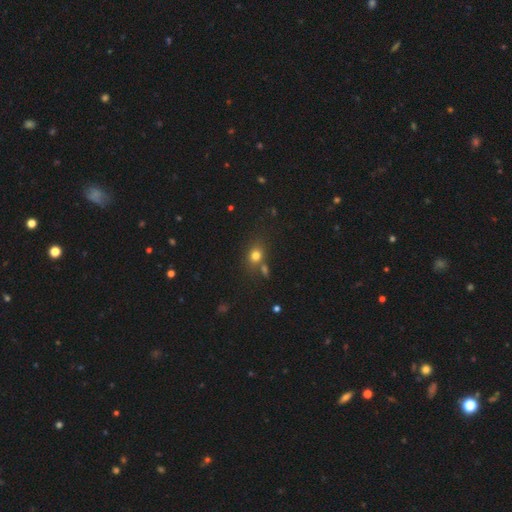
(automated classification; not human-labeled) smooth 76%, star or artifact 15%, featured or disk 9%. Down the decision tree: how rounded — round (55%); merging — none (64%).